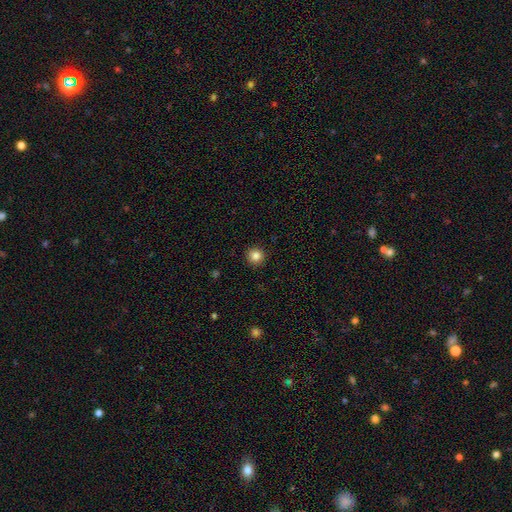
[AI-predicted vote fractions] A smooth galaxy with no disk features (85%) that is round (94%).

Vote fractions:
- Smooth or featured? smooth: 85% / star or artifact: 11% / featured or disk: 4%
- How rounded? round: 94% / in between: 5% / cigar-shaped: 1%
- Merging? none: 92% / minor disturbance: 5% / major disturbance: 2% / merger: 1%